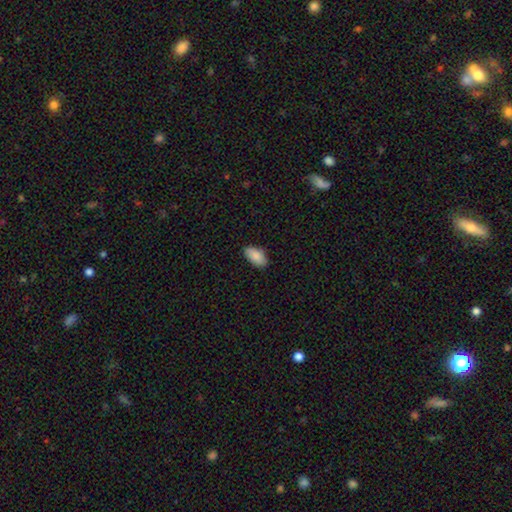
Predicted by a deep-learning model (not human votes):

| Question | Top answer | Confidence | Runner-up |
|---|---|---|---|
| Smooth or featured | smooth | 89% | star or artifact (6%) |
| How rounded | in between | 94% | cigar-shaped (3%) |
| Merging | none | 85% | minor disturbance (11%) |